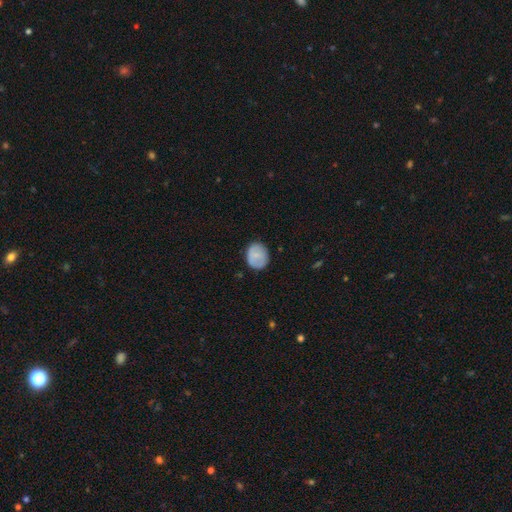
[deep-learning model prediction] Morphology: type=smooth (77%); roundness=round (65%); merging=none (82%).